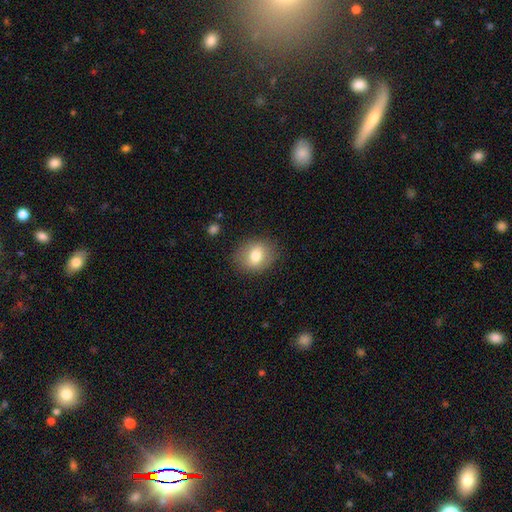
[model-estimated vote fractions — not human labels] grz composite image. It shows a smooth galaxy with no disk features (75%) that is round (51%). Merging: none (84%).